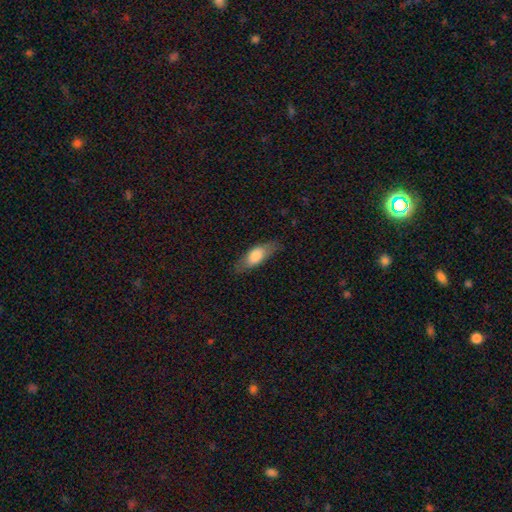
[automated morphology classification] The model was most divided on "how rounded": in between: 69%, cigar-shaped: 28%, round: 3%. More confident: merging — none (77%); smooth or featured — smooth (70%).